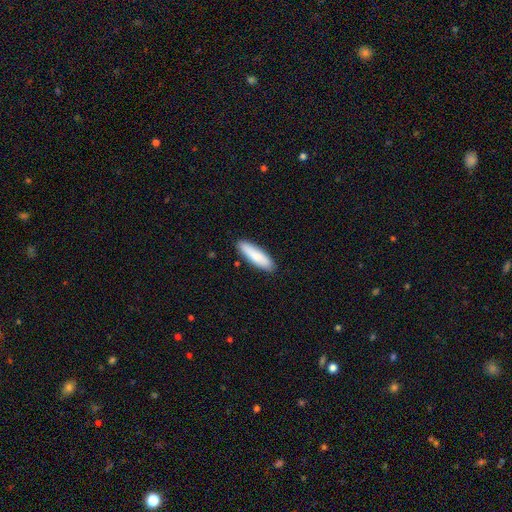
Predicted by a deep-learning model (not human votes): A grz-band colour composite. It shows a smooth galaxy with no disk features (84%) that is cigar-shaped (65%). Merging: none (89%).